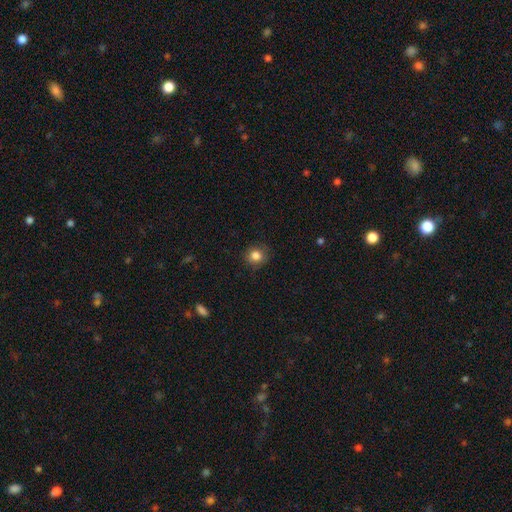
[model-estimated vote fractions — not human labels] Overall: smooth (83%). How rounded: round (82%). Merging: none (82%).